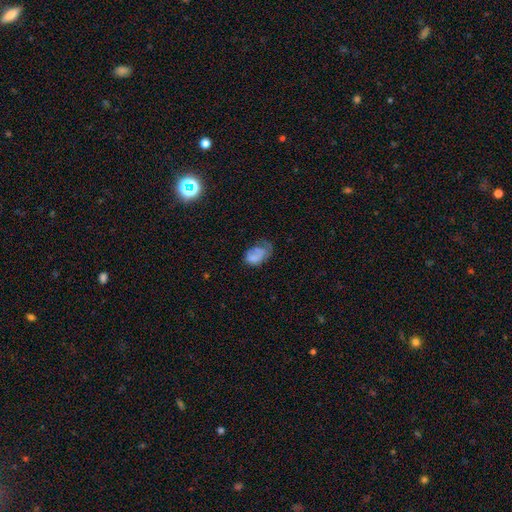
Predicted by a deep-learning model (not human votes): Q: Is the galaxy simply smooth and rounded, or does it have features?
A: smooth — 63%.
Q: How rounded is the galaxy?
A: in between — 86%.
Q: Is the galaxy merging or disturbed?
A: major disturbance — 35%.